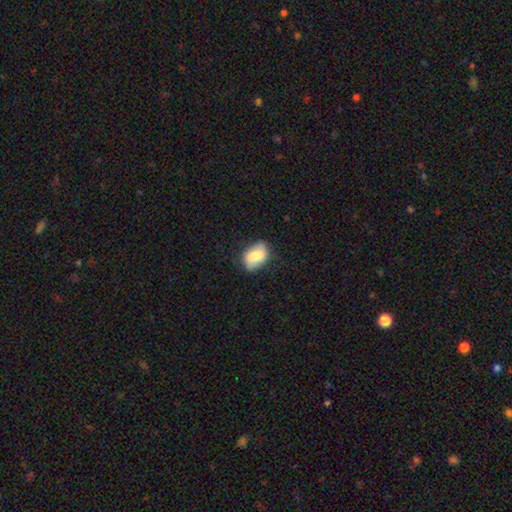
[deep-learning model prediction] Q: Smooth or featured?
A: smooth (72%); runner-up: featured or disk (21%)
Q: How rounded?
A: in between (81%); runner-up: round (17%)
Q: Merging?
A: none (74%); runner-up: minor disturbance (20%)